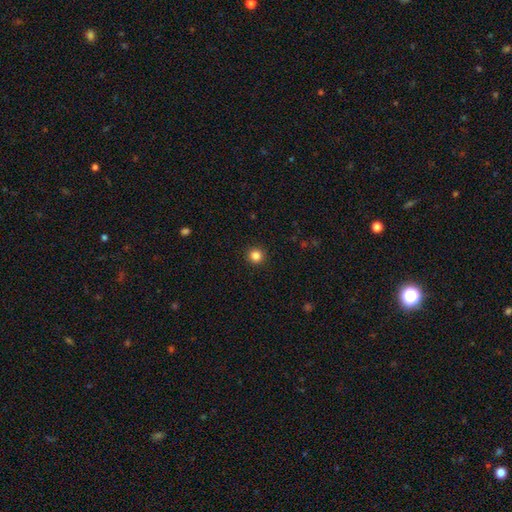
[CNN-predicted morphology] This appears to be a smooth galaxy with no disk features (85%) that is round (95%). Merging: none (93%).